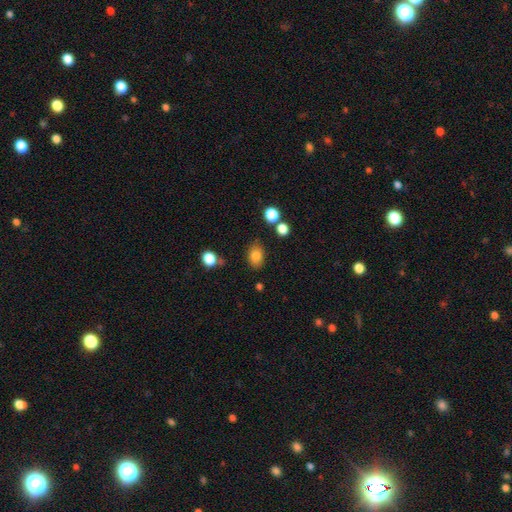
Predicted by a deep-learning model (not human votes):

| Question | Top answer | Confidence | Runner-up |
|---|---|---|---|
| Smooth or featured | smooth | 82% | star or artifact (11%) |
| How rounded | in between | 70% | round (29%) |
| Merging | none | 79% | minor disturbance (14%) |